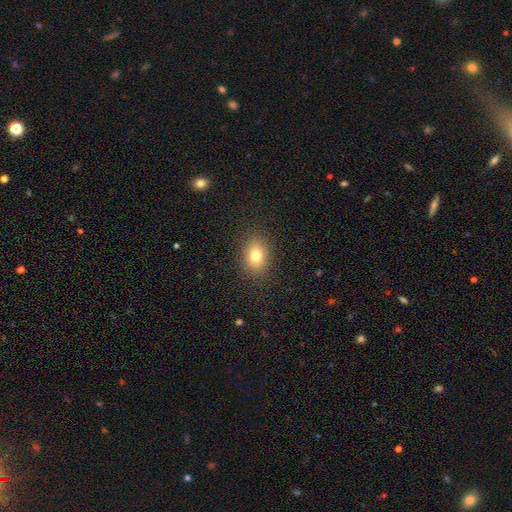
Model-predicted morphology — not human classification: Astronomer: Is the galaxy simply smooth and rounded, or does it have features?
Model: smooth — 77%.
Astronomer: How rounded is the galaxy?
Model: in between — 68%.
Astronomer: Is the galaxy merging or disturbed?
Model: none — 87%.